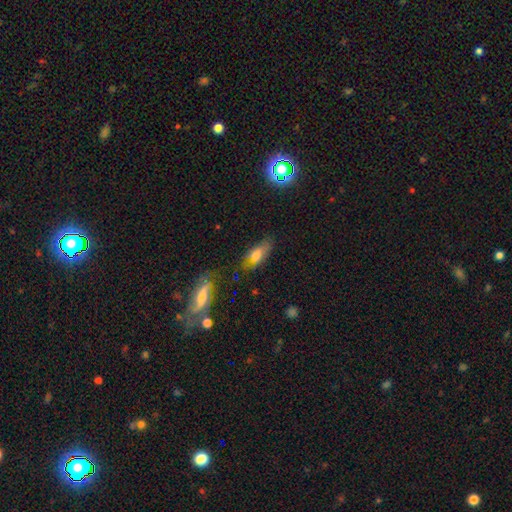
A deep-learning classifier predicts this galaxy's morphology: Smooth or featured?
  - smooth: 63% *
  - featured or disk: 25%
  - star or artifact: 11%
How rounded?
  - in between: 71% *
  - cigar-shaped: 24%
  - round: 5%
Merging?
  - none: 67% *
  - minor disturbance: 22%
  - major disturbance: 7%
  - merger: 4%